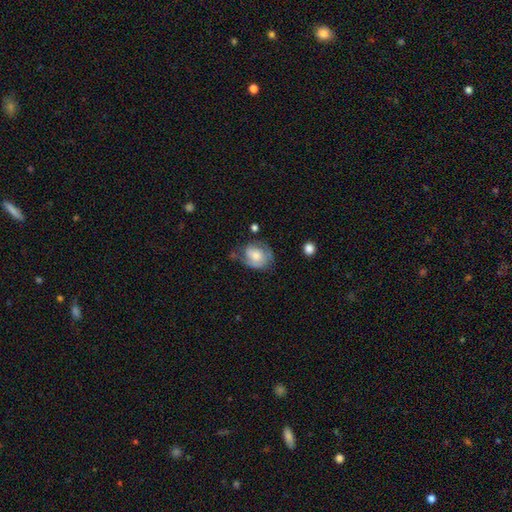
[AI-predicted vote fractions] Overall: featured or disk (51%; smooth 42%). Edge-on disk: no (97%). Merging: none (44%; minor disturbance 31%).